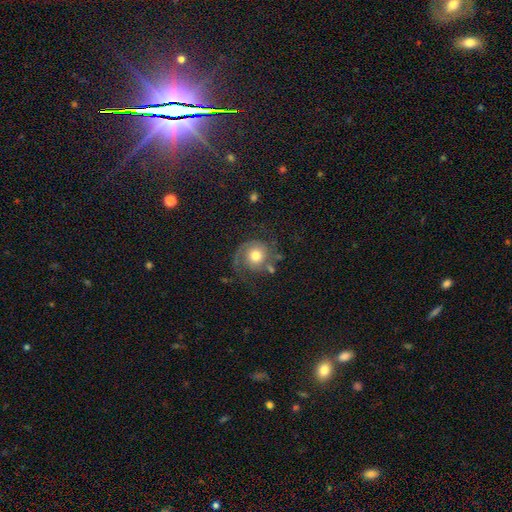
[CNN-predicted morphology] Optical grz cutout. It shows a featured or disk galaxy (64%) with no bar (81%), 2 (50%) medium (39%) spiral arms (90%) and a moderate central bulge (67%). Merging: none (61%).